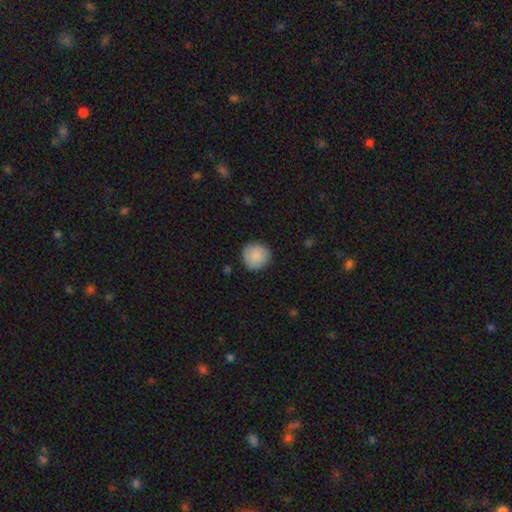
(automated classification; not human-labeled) This is clearly a smooth galaxy (88%). How rounded: clearly round (94%). Merging: clearly none (88%).